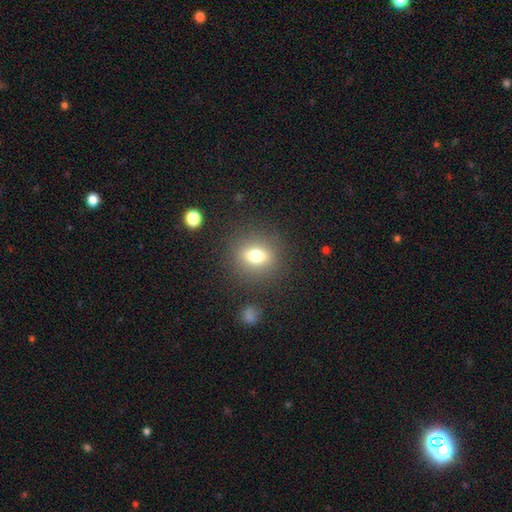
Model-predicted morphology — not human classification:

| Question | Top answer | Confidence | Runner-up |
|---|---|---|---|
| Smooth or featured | smooth | 71% | featured or disk (16%) |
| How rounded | round | 55% | in between (42%) |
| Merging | none | 85% | minor disturbance (9%) |